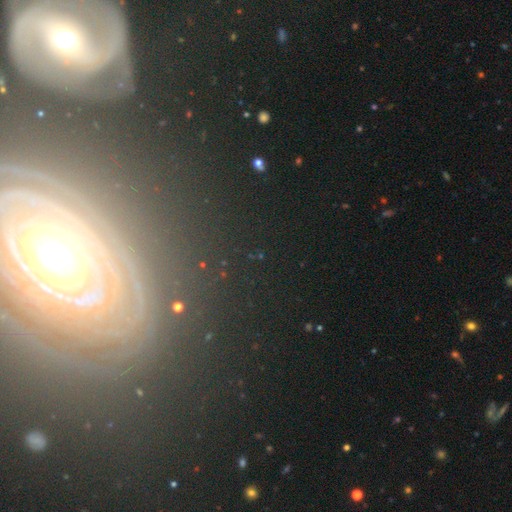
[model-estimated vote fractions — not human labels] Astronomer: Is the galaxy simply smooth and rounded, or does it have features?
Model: featured or disk — 68%.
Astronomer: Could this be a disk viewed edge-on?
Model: no — 88%.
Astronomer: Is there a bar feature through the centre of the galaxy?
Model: no — 59%.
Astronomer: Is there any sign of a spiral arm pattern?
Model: yes — 80%.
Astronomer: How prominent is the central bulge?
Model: moderate — 59%.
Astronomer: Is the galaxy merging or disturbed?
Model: none — 77%.